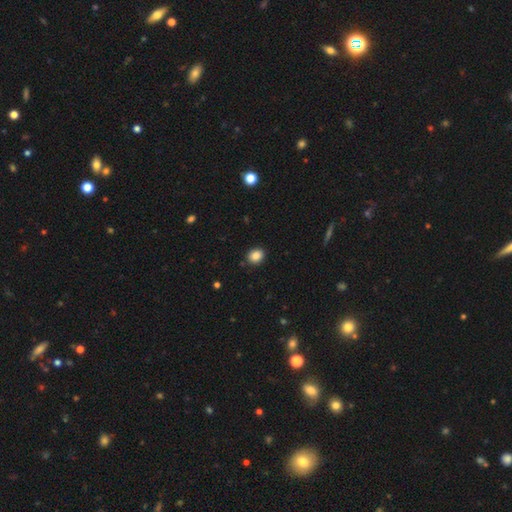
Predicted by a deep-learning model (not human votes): smooth 86%, star or artifact 10%, featured or disk 4%. Down the decision tree: how rounded — round (58%); merging — none (90%).